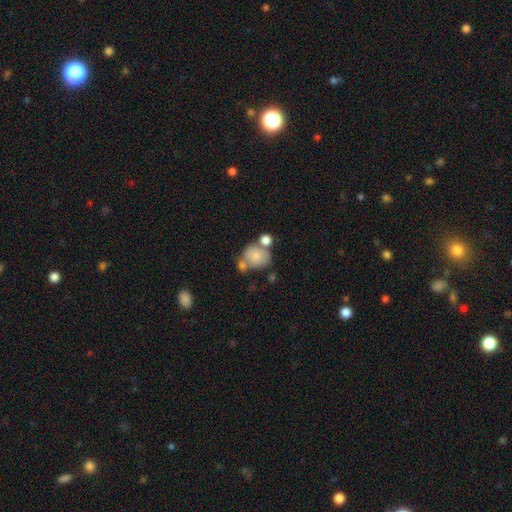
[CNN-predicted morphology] This appears to be a smooth galaxy with no disk features (76%) that is round (63%). Merging: none (40%).